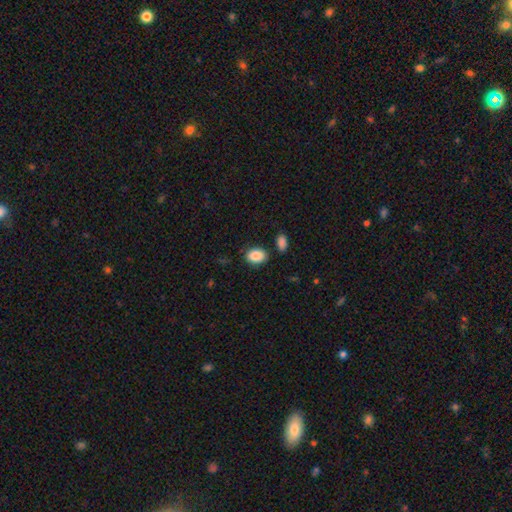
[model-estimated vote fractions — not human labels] Smooth or featured?
  - smooth: 88% *
  - star or artifact: 7%
  - featured or disk: 5%
How rounded?
  - in between: 80% *
  - round: 19%
  - cigar-shaped: 1%
Merging?
  - none: 78% *
  - minor disturbance: 13%
  - merger: 6%
  - major disturbance: 3%